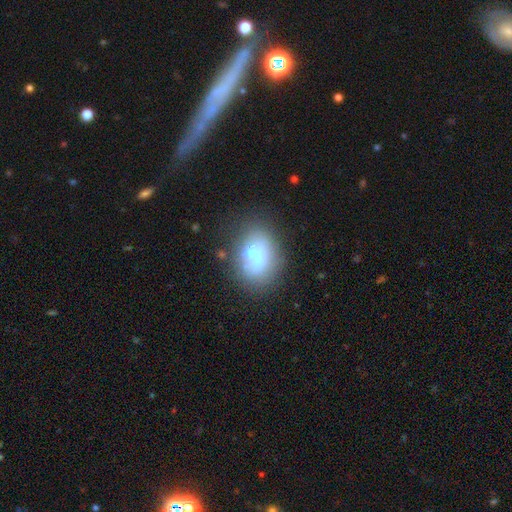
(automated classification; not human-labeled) Overall: smooth (60%; featured or disk 29%). How rounded: in between (64%; round 35%). Merging: none (46%; merger 22%).